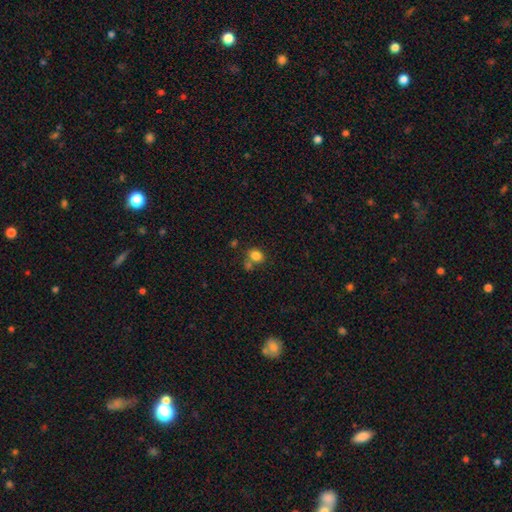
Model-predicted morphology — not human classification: A smooth galaxy with no disk features (82%) that is in between round and cigar-shaped (53%).

Vote fractions:
- Smooth or featured? smooth: 82% / star or artifact: 11% / featured or disk: 6%
- How rounded? in between: 53% / round: 46% / cigar-shaped: 1%
- Merging? none: 57% / merger: 25% / minor disturbance: 13% / major disturbance: 5%